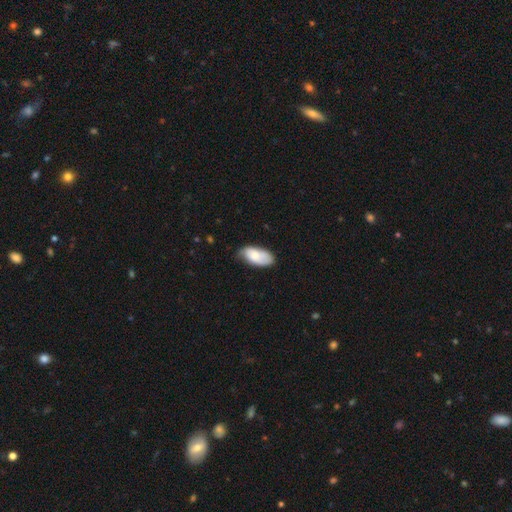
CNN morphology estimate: Smooth or featured?
  - smooth: 71% *
  - featured or disk: 23%
  - star or artifact: 6%
How rounded?
  - in between: 93% *
  - cigar-shaped: 4%
  - round: 3%
Merging?
  - none: 54% *
  - minor disturbance: 36%
  - major disturbance: 8%
  - merger: 2%